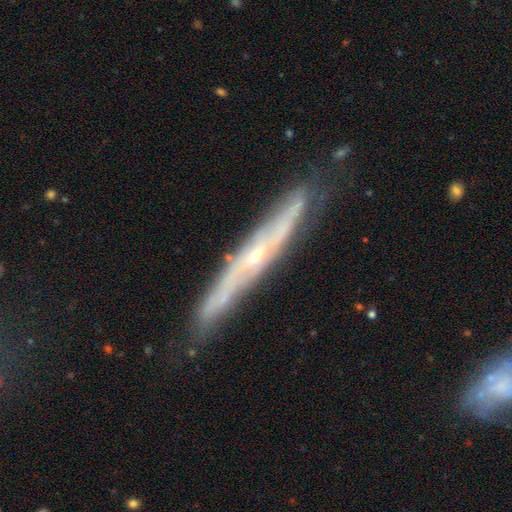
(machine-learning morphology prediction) Overall: featured or disk (79%). Edge-on disk: yes (78%). Edge-on bulge: rounded (61%; none 36%). Merging: none (75%).